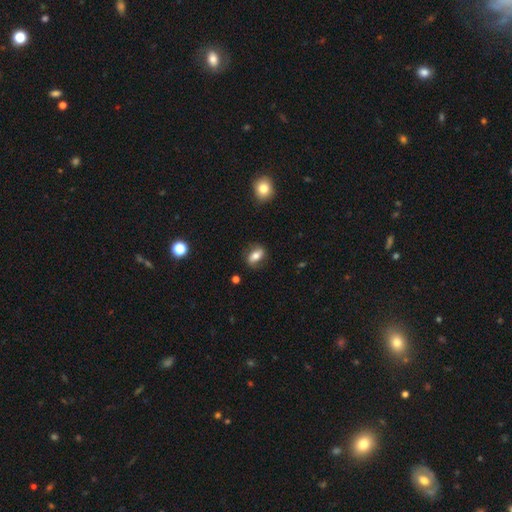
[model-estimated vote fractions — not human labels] Smooth or featured: smooth — 61% (featured or disk — 30%)
How rounded: in between — 79% (round — 14%)
Merging: none — 77% (minor disturbance — 16%)